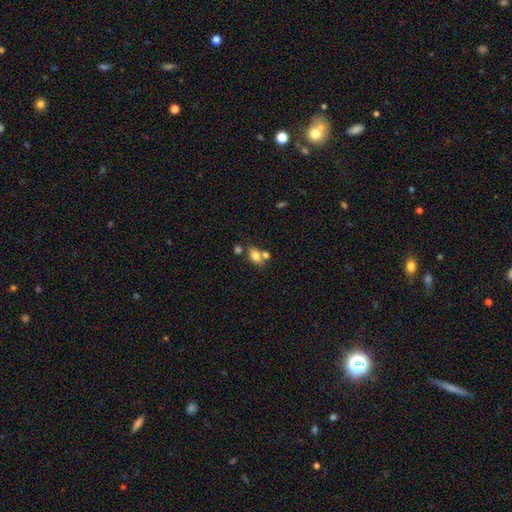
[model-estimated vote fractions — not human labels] Q: Smooth or featured?
A: smooth (77%); runner-up: featured or disk (13%)
Q: How rounded?
A: in between (84%); runner-up: round (13%)
Q: Merging?
A: none (53%); runner-up: merger (29%)